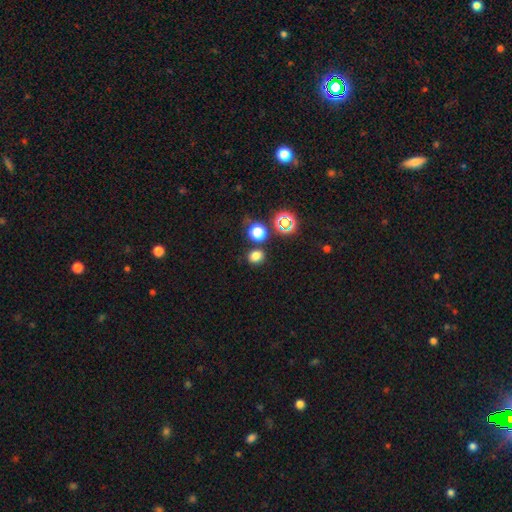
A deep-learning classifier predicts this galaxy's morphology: A smooth galaxy with no disk features (77%) that is round (64%).

Vote fractions:
- Smooth or featured? smooth: 77% / star or artifact: 18% / featured or disk: 5%
- How rounded? round: 64% / in between: 35% / cigar-shaped: 1%
- Merging? none: 78% / minor disturbance: 9% / merger: 9% / major disturbance: 3%